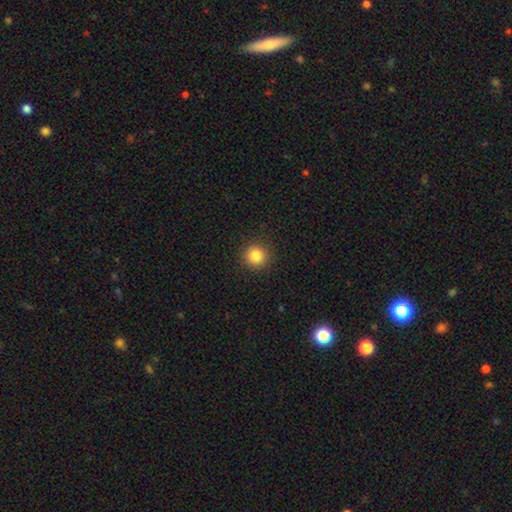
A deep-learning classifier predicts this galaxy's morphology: The model was most divided on "smooth or featured": smooth: 84%, star or artifact: 11%, featured or disk: 5%. More confident: how rounded — round (93%); merging — none (91%).